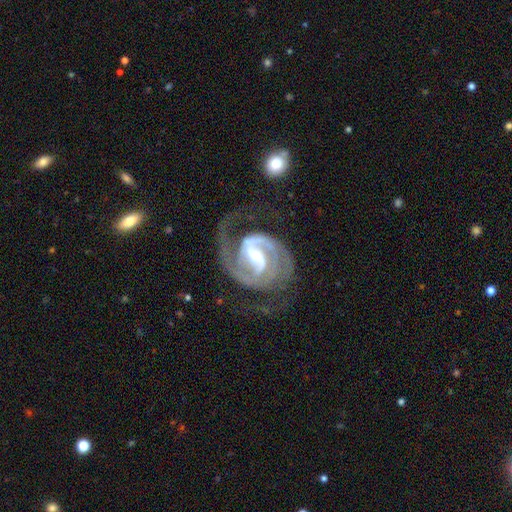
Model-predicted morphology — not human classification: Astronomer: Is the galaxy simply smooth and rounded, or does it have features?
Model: featured or disk — 93%.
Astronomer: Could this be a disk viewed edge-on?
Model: no — 98%.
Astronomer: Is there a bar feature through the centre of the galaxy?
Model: weak — 44% (runner-up: strong, 35%).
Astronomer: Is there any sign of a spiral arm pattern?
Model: yes — 98%.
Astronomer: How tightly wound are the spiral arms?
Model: medium — 49% (runner-up: tight, 38%).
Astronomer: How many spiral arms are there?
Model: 2 — 83%.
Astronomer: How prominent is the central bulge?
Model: moderate — 66%.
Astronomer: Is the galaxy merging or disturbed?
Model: none — 59%.